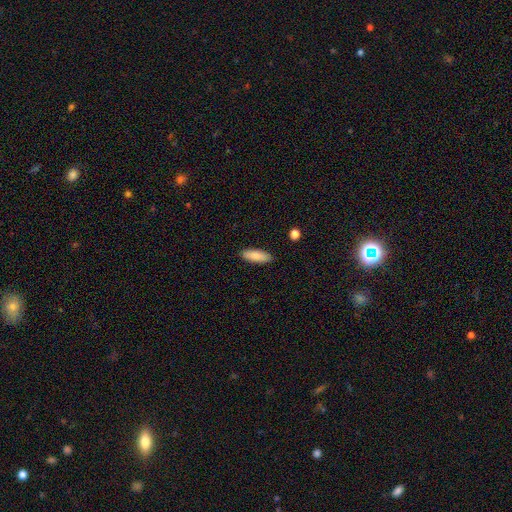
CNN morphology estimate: Smooth or featured? Predicted: smooth (p=0.85). How rounded? Predicted: in between (p=0.63). Merging? Predicted: none (p=0.89).